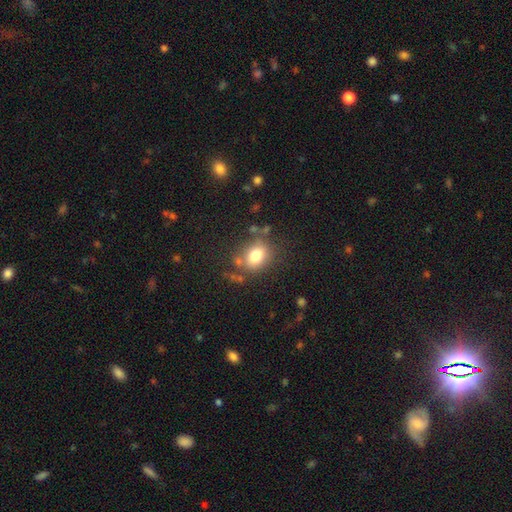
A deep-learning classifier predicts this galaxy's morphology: Smooth or featured? Predicted: smooth (p=0.79). How rounded? Predicted: in between (p=0.54). Merging? Predicted: none (p=0.72).